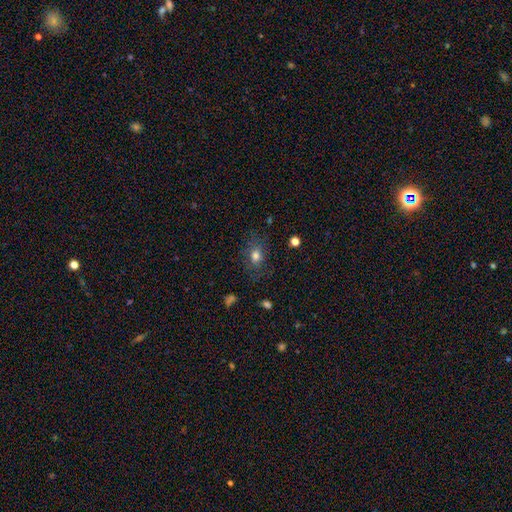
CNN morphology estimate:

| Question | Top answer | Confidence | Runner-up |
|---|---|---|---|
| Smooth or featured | smooth | 75% | star or artifact (13%) |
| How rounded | in between | 57% | round (41%) |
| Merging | none | 74% | minor disturbance (17%) |